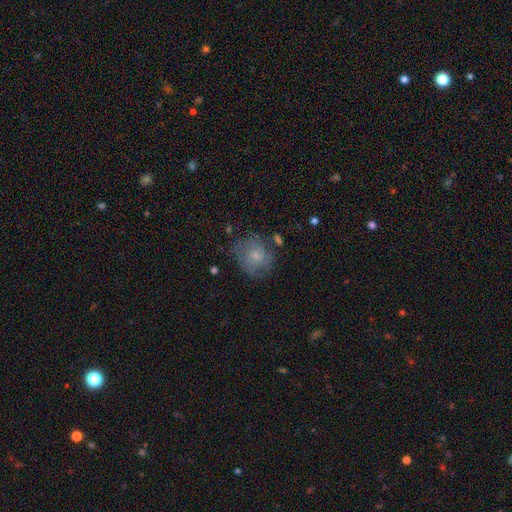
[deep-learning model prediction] This is possibly a featured or disk galaxy (47%). Merging: likely none (62%).